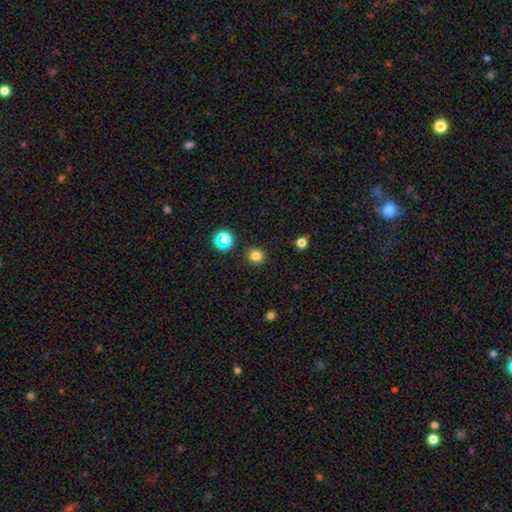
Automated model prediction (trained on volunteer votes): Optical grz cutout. It shows a smooth galaxy with no disk features (79%) that is round (88%). Merging: none (90%).